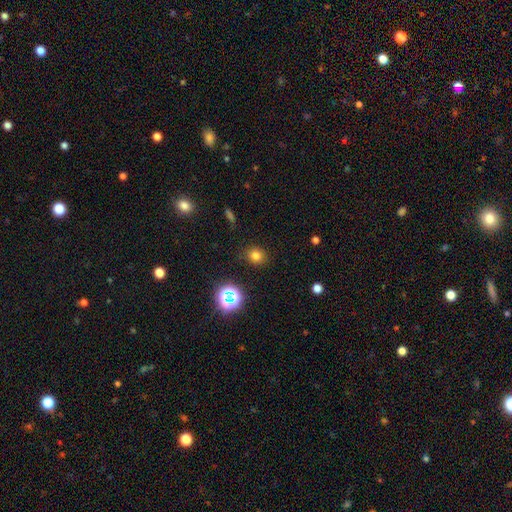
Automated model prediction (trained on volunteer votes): Q: Smooth or featured?
A: smooth (74%); runner-up: star or artifact (20%)
Q: How rounded?
A: round (80%); runner-up: in between (19%)
Q: Merging?
A: none (86%); runner-up: minor disturbance (9%)